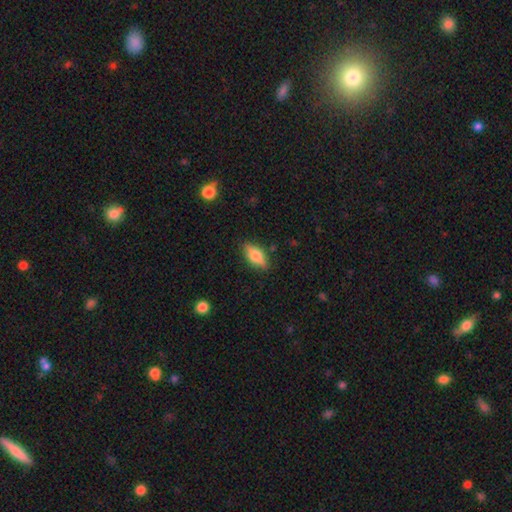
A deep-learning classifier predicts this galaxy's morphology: Smooth or featured?
  - smooth: 63% *
  - featured or disk: 30%
  - star or artifact: 7%
How rounded?
  - in between: 73% *
  - cigar-shaped: 23%
  - round: 4%
Merging?
  - none: 84% *
  - minor disturbance: 12%
  - major disturbance: 3%
  - merger: 2%